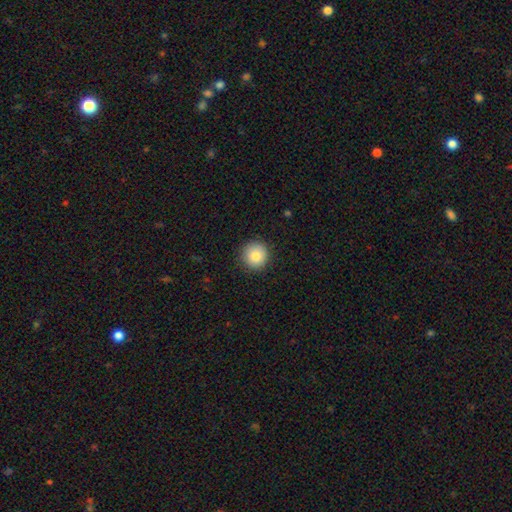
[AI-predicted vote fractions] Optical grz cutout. It shows a smooth galaxy with no disk features (84%) that is round (95%). Merging: none (91%).